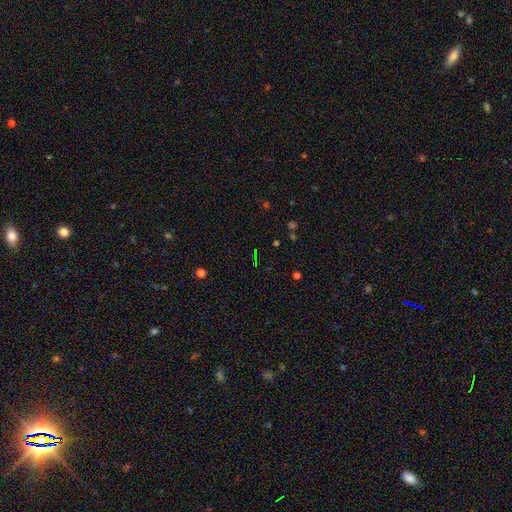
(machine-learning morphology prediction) A star or artifact, not a galaxy (69%).

Vote fractions:
- Smooth or featured? star or artifact: 69% / smooth: 20% / featured or disk: 12%